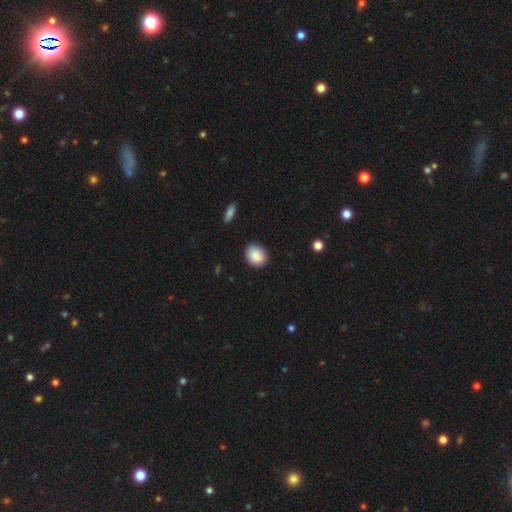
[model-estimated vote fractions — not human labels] A smooth galaxy with no disk features (89%) that is round (51%).

Vote fractions:
- Smooth or featured? smooth: 89% / star or artifact: 7% / featured or disk: 4%
- How rounded? round: 51% / in between: 48% / cigar-shaped: 1%
- Merging? none: 86% / minor disturbance: 10% / major disturbance: 2% / merger: 1%